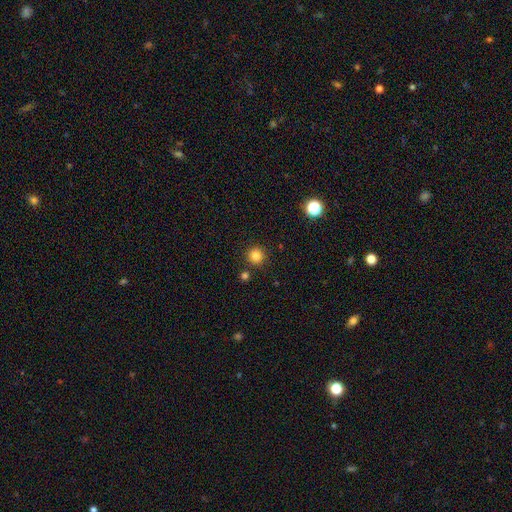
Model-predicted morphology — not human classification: smooth 83%, star or artifact 13%, featured or disk 4%. Down the decision tree: how rounded — round (95%); merging — none (86%).